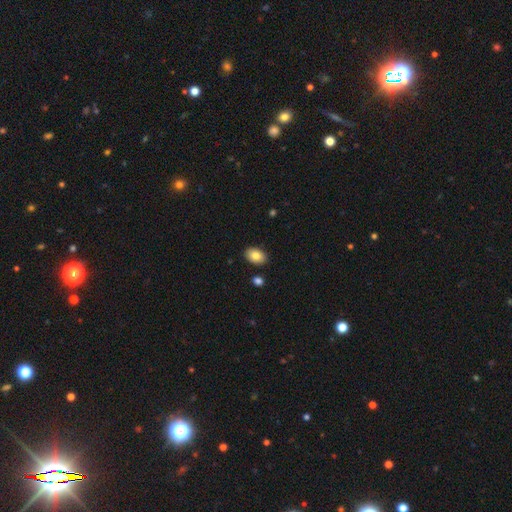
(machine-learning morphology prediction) A smooth galaxy with no disk features (83%) that is in between round and cigar-shaped (86%).

Vote fractions:
- Smooth or featured? smooth: 83% / featured or disk: 9% / star or artifact: 7%
- How rounded? in between: 86% / round: 13% / cigar-shaped: 1%
- Merging? none: 88% / minor disturbance: 8% / merger: 2% / major disturbance: 2%